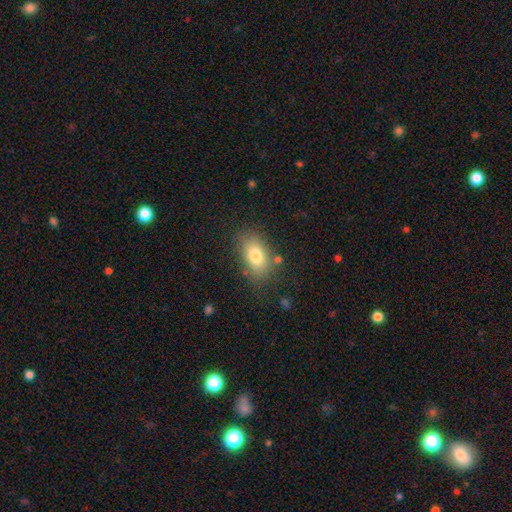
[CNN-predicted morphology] The model was most divided on "merging": none: 78%, minor disturbance: 14%, major disturbance: 5%, merger: 3%. More confident: how rounded — in between (87%); smooth or featured — smooth (78%).